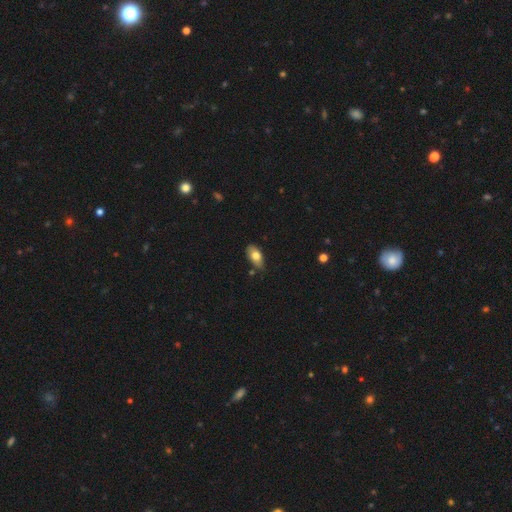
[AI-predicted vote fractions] Overall: smooth (75%). How rounded: in between (90%). Merging: none (67%).